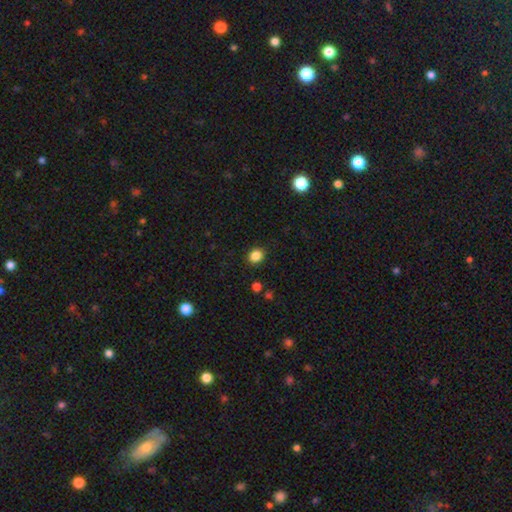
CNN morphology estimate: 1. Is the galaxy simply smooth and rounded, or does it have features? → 85% smooth, 11% star or artifact, 4% featured or disk.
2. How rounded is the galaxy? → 73% round, 26% in between, 1% cigar-shaped.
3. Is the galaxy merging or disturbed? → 89% none, 7% minor disturbance, 2% major disturbance, 1% merger.